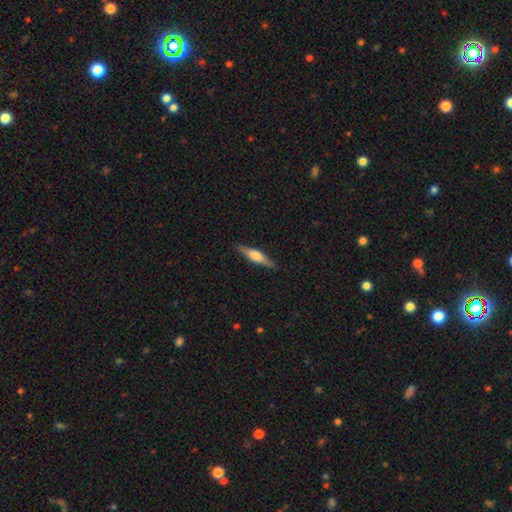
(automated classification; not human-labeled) Q: Smooth or featured?
A: featured or disk (53%); runner-up: smooth (41%)
Q: Edge-on disk?
A: yes (95%); runner-up: no (5%)
Q: Edge-on bulge?
A: rounded (82%); runner-up: boxy (13%)
Q: Merging?
A: none (88%); runner-up: minor disturbance (9%)